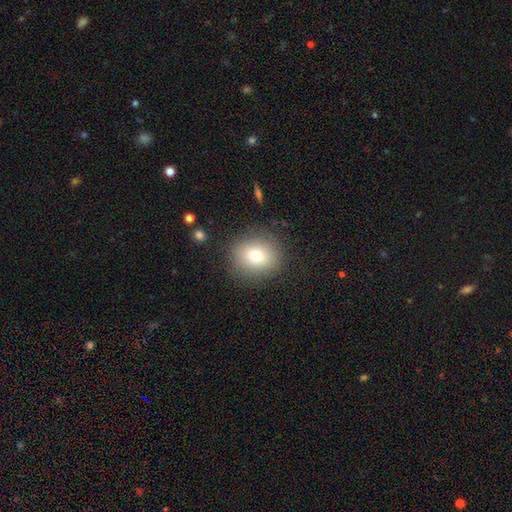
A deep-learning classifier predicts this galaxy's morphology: Smooth or featured?
  - smooth: 76% *
  - featured or disk: 13%
  - star or artifact: 11%
How rounded?
  - round: 75% *
  - in between: 24%
  - cigar-shaped: 1%
Merging?
  - none: 87% *
  - minor disturbance: 9%
  - major disturbance: 3%
  - merger: 1%